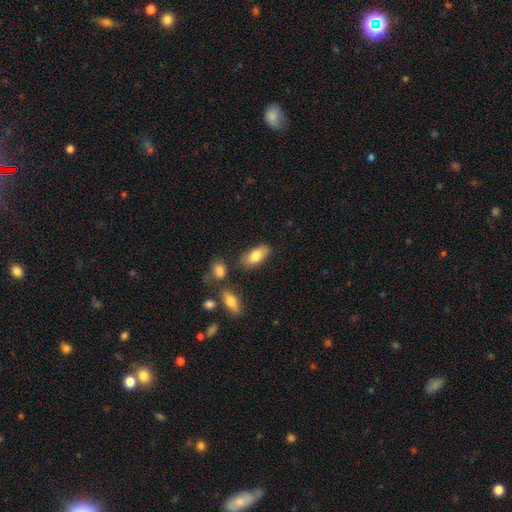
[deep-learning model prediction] Smooth or featured? Predicted: smooth (p=0.81). How rounded? Predicted: in between (p=0.89). Merging? Predicted: none (p=0.78).